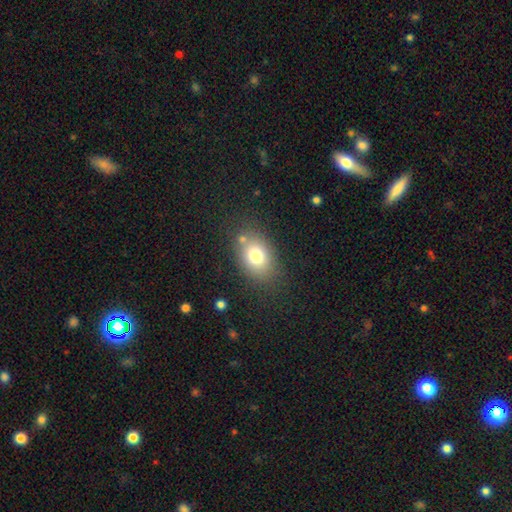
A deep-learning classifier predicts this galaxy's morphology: type=smooth (76%); roundness=in between (73%); merging=none (73%).